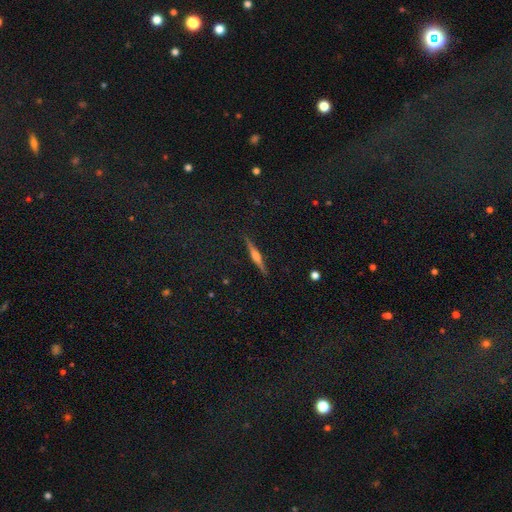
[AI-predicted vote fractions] smooth_or_featured: featured or disk (p=0.71) [alt: smooth p=0.21]
disk_edge_on: yes (p=0.98) [alt: no p=0.02]
edge_on_bulge: rounded (p=0.73) [alt: boxy p=0.18]
merging: none (p=0.91) [alt: minor disturbance p=0.07]